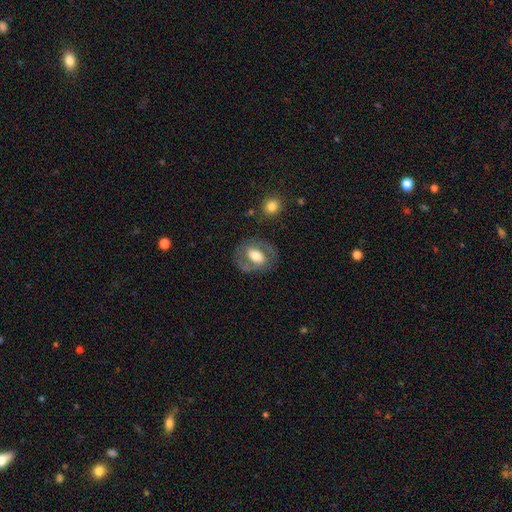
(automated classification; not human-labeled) Smooth or featured?
  - featured or disk: 57% *
  - smooth: 37%
  - star or artifact: 7%
Edge-on disk?
  - no: 95% *
  - yes: 5%
Bar?
  - no: 42% *
  - weak: 35%
  - strong: 23%
Spiral arms?
  - yes: 59% *
  - no: 41%
Bulge size?
  - moderate: 55% *
  - large: 30%
  - small: 10%
  - dominant: 3%
  - none: 2%
Merging?
  - none: 72% *
  - minor disturbance: 16%
  - major disturbance: 10%
  - merger: 2%